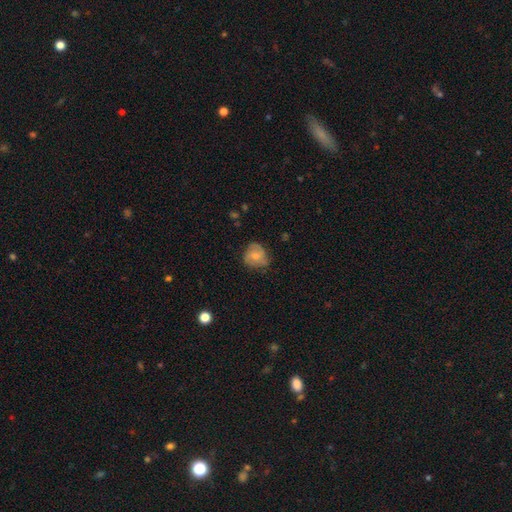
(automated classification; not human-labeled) This is possibly a smooth galaxy (53%). How rounded: likely round (74%). Merging: likely none (60%).